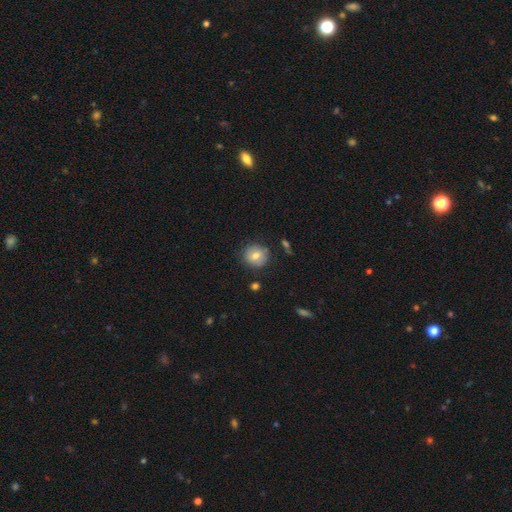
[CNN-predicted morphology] Overall: smooth (74%). How rounded: round (88%). Merging: none (82%).